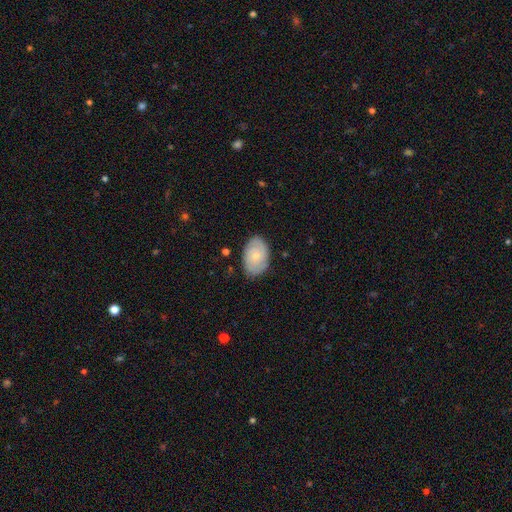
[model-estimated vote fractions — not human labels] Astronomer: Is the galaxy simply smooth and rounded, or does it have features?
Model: featured or disk — 59% (runner-up: smooth, 35%).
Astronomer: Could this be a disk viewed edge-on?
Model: no — 96%.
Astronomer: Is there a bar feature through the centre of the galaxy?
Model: no — 78%.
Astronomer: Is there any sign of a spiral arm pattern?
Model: yes — 84%.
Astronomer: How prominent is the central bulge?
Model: small — 70%.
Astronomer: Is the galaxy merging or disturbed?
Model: none — 83%.